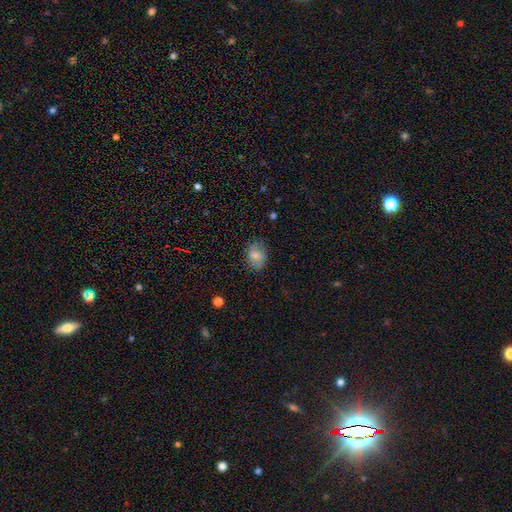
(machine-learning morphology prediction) This appears to be a smooth galaxy with no disk features (77%) that is in between round and cigar-shaped (70%). Merging: none (75%).